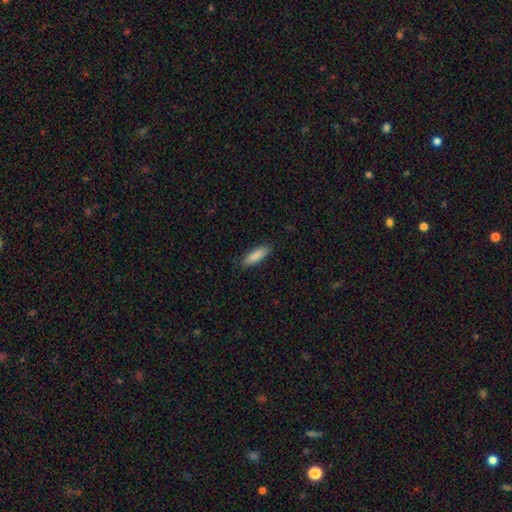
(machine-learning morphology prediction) Smooth or featured? Predicted: smooth (p=0.87). How rounded? Predicted: in between (p=0.53). Merging? Predicted: none (p=0.86).